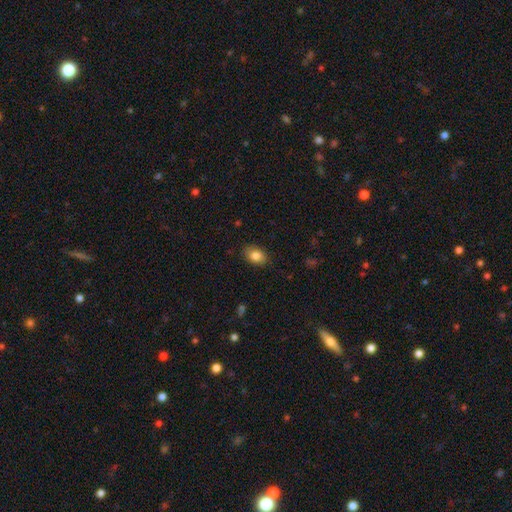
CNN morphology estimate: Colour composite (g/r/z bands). It shows a smooth galaxy with no disk features (84%) that is in between round and cigar-shaped (77%). Merging: none (86%).